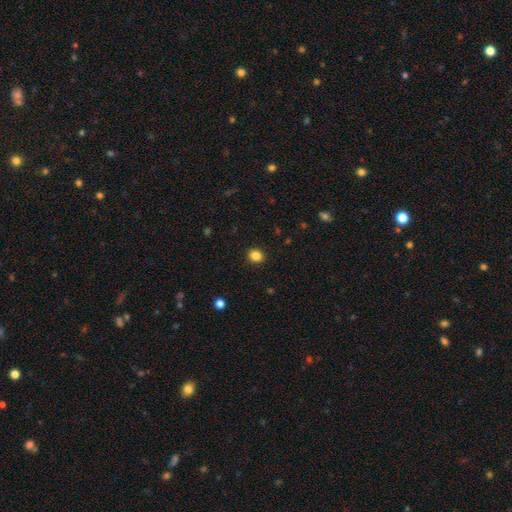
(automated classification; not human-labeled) This is clearly a smooth galaxy (85%). How rounded: likely round (68%). Merging: clearly none (91%).